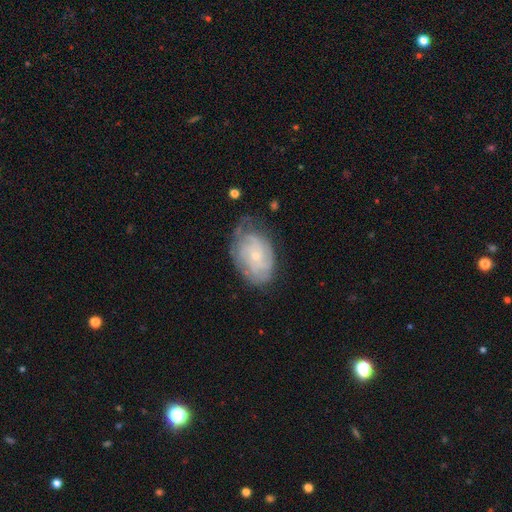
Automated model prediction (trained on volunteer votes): featured or disk 75%, smooth 18%, star or artifact 7%. Down the decision tree: edge-on disk — no (97%); bar — no (77%); spiral arms — yes (91%); spiral arm count — can't tell (46%); spiral winding — tight (68%); bulge size — small (75%); merging — none (63%).